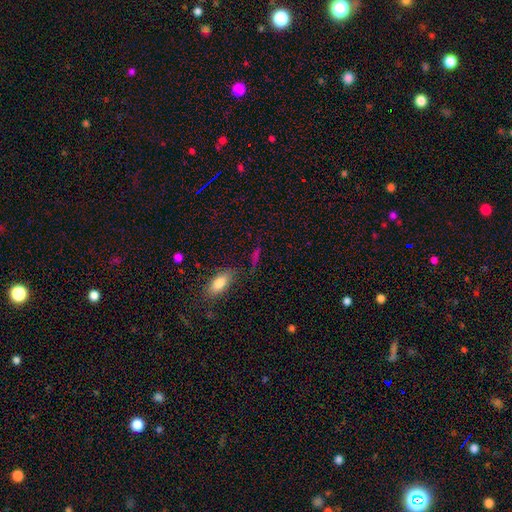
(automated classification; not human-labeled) smooth 62%, star or artifact 22%, featured or disk 15%. Down the decision tree: how rounded — cigar-shaped (53%); merging — none (73%).